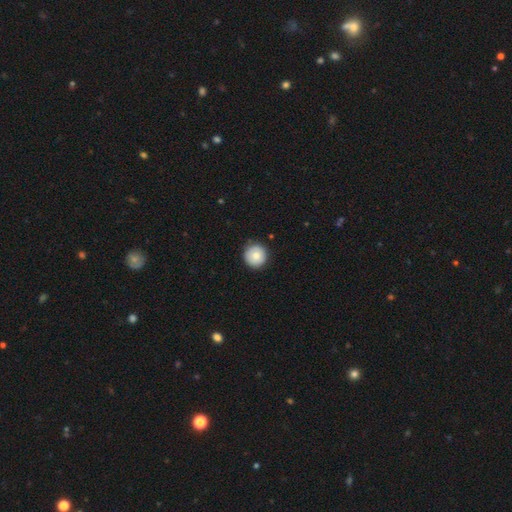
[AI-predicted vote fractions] Smooth or featured? smooth (79%)
How rounded? round (96%)
Merging? none (89%)